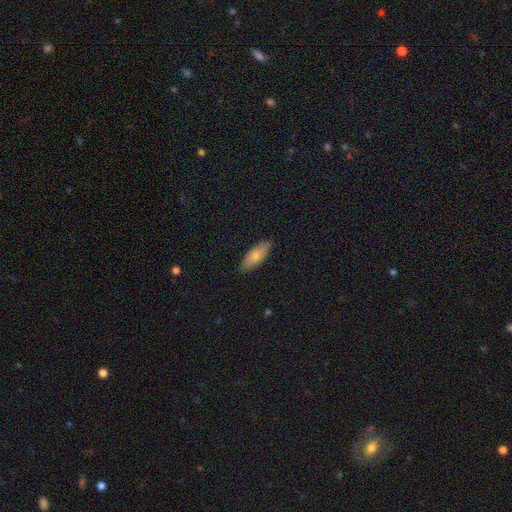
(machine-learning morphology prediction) Smooth or featured: smooth — 77% (featured or disk — 17%)
How rounded: in between — 68% (cigar-shaped — 30%)
Merging: none — 87% (minor disturbance — 10%)